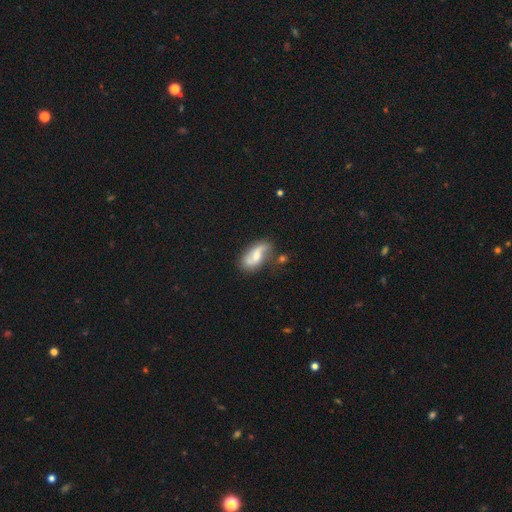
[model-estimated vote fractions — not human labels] featured or disk 61%, smooth 31%, star or artifact 8%. Down the decision tree: edge-on disk — no (94%); bar — no (46%); spiral arms — yes (86%); bulge size — moderate (50%); merging — none (53%).